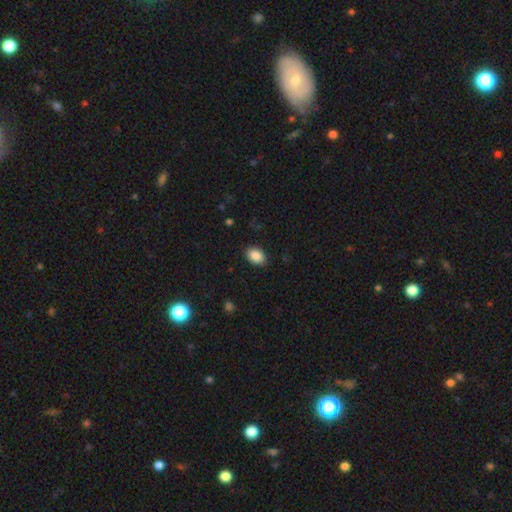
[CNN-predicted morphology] smooth_or_featured: smooth (p=0.89) [alt: star or artifact p=0.08]
how_rounded: in between (p=0.84) [alt: round p=0.15]
merging: none (p=0.87) [alt: minor disturbance p=0.10]